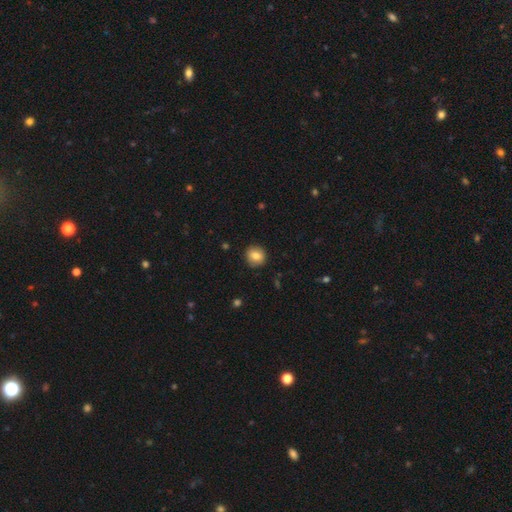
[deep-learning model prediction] smooth_or_featured: smooth (p=0.82) [alt: featured or disk p=0.09]
how_rounded: round (p=0.87) [alt: in between p=0.12]
merging: none (p=0.90) [alt: minor disturbance p=0.07]